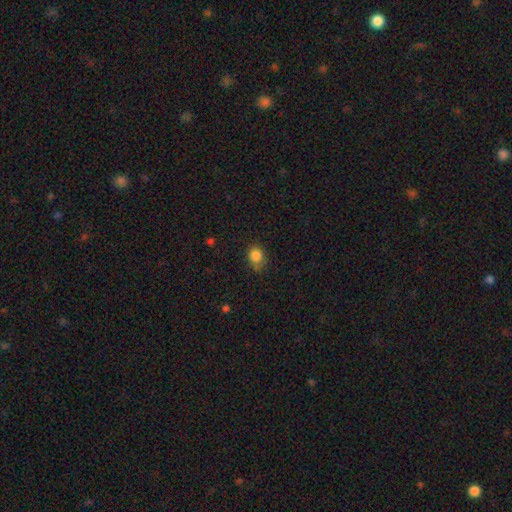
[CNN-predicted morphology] A smooth galaxy with no disk features (84%) that is round (69%). Merging: none (72%).